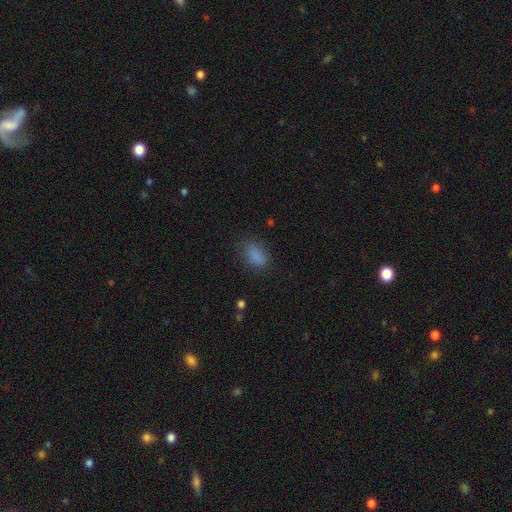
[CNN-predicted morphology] This is clearly a smooth galaxy (84%). How rounded: clearly in between (87%). Merging: likely none (76%).